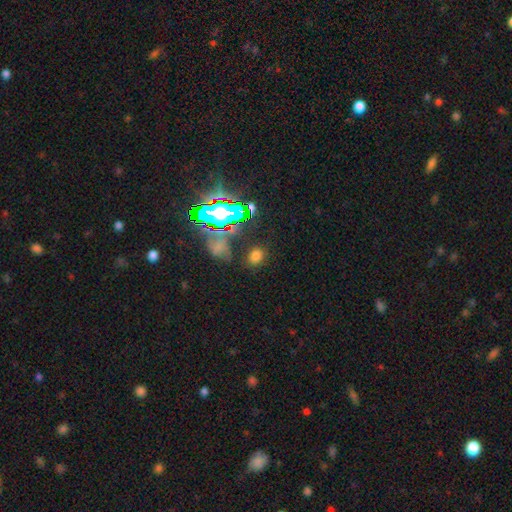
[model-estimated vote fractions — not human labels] Morphology: type=smooth (64%); roundness=in between (49%, tied with round); merging=none (78%).